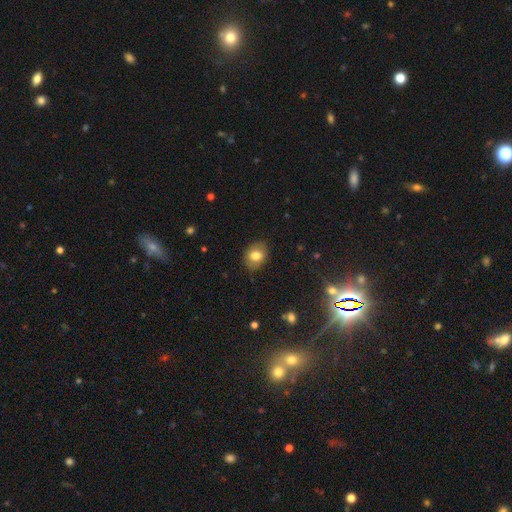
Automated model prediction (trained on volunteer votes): A smooth galaxy with no disk features (78%) that is in between round and cigar-shaped (58%). Merging: none (83%).